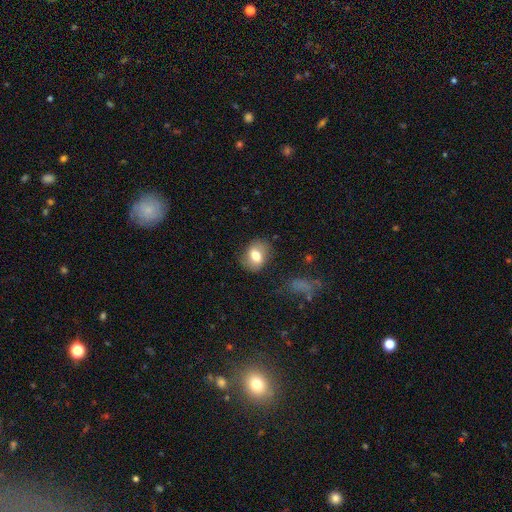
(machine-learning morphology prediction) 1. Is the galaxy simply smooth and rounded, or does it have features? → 70% smooth, 21% featured or disk, 8% star or artifact.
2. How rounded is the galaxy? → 56% in between, 42% round, 1% cigar-shaped.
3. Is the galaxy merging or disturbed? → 74% none, 17% minor disturbance, 6% major disturbance, 2% merger.